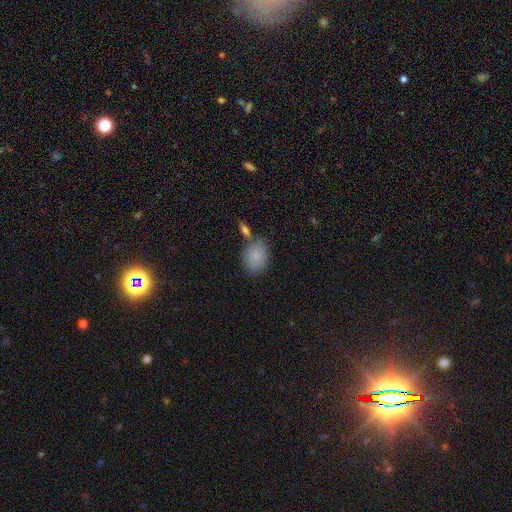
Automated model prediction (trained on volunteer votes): Smooth or featured? smooth (84%)
How rounded? in between (77%)
Merging? none (67%)